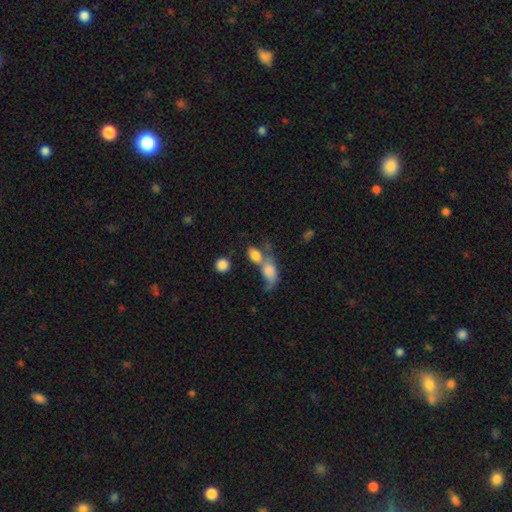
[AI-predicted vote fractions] This is likely a smooth galaxy (77%). How rounded: likely in between (77%). Merging: likely merger (63%).